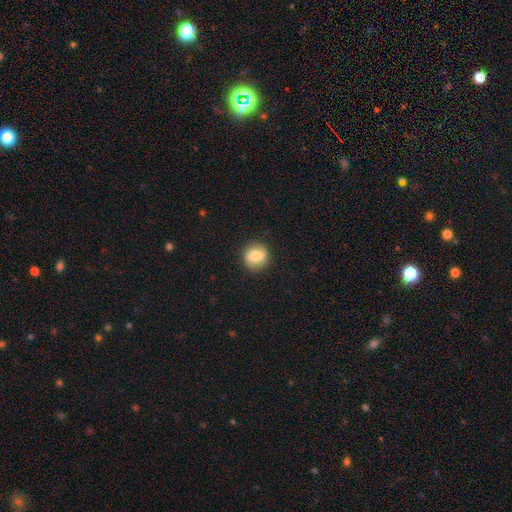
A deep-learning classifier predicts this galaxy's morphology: Smooth or featured? smooth (74%)
How rounded? round (90%)
Merging? none (88%)